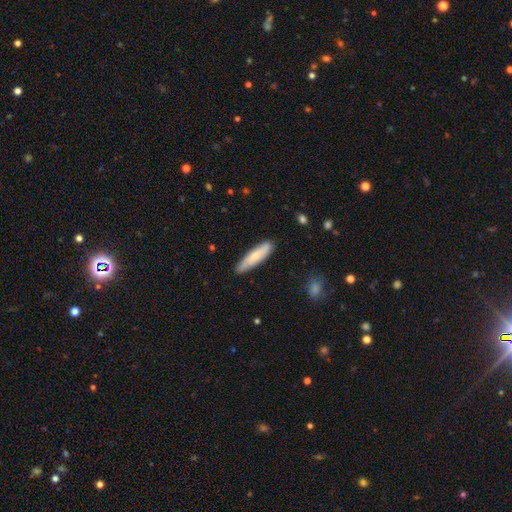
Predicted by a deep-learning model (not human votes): A smooth galaxy with no disk features (70%) that is cigar-shaped (78%).

Vote fractions:
- Smooth or featured? smooth: 70% / featured or disk: 25% / star or artifact: 6%
- How rounded? cigar-shaped: 78% / in between: 20% / round: 1%
- Merging? none: 83% / minor disturbance: 13% / major disturbance: 2% / merger: 2%